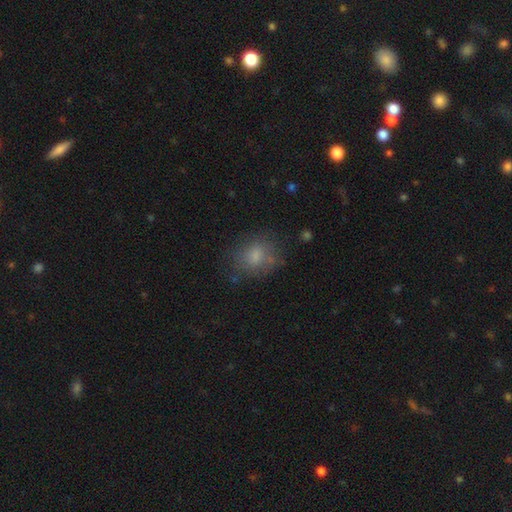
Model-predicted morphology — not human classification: Smooth or featured?
  - smooth: 74% *
  - featured or disk: 16%
  - star or artifact: 10%
How rounded?
  - round: 53% *
  - in between: 45%
  - cigar-shaped: 1%
Merging?
  - none: 67% *
  - minor disturbance: 20%
  - major disturbance: 10%
  - merger: 3%